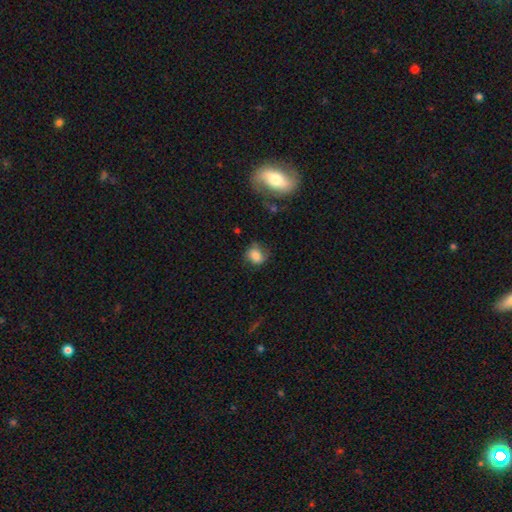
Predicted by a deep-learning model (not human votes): Smooth or featured? smooth (77%)
How rounded? round (60%)
Merging? none (61%)